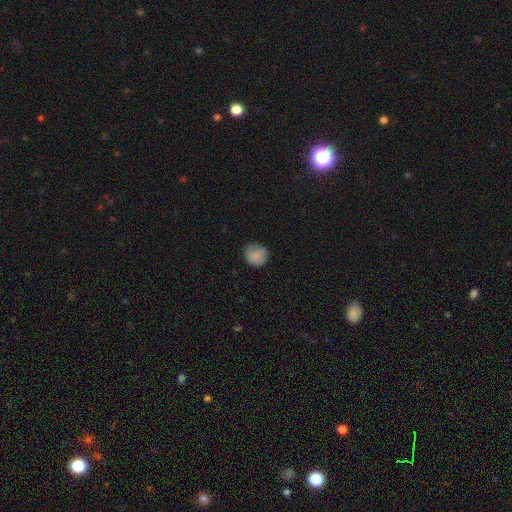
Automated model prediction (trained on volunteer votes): Q: Smooth or featured?
A: smooth (81%); runner-up: featured or disk (11%)
Q: How rounded?
A: round (87%); runner-up: in between (12%)
Q: Merging?
A: none (72%); runner-up: minor disturbance (21%)